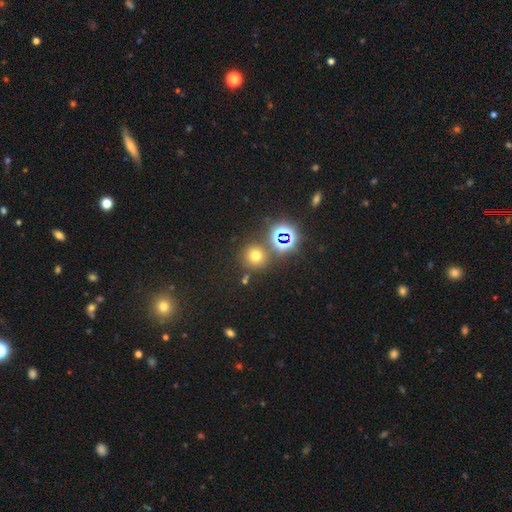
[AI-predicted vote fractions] Morphology: type=smooth (61%); roundness=round (91%); merging=none (77%).